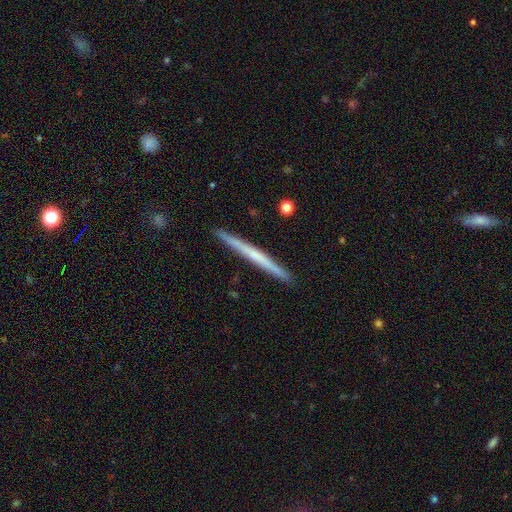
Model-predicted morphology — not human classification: A featured or disk galaxy (55%) viewed edge-on (98%) with no central bulge (73%).

Vote fractions:
- Smooth or featured? featured or disk: 55% / smooth: 39% / star or artifact: 5%
- Edge-on disk? yes: 98% / no: 2%
- Edge-on bulge? none: 73% / rounded: 22% / boxy: 5%
- Merging? none: 92% / minor disturbance: 5% / major disturbance: 1% / merger: 1%